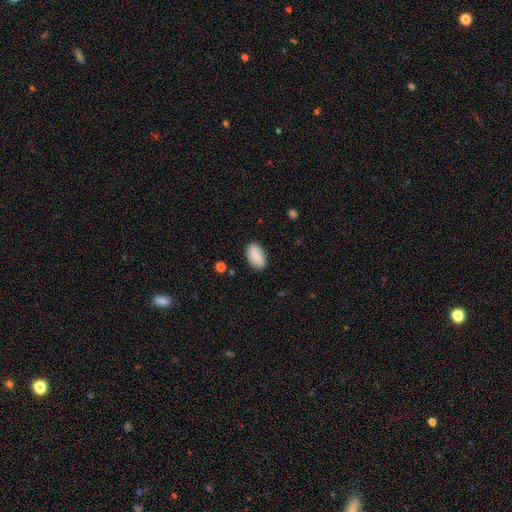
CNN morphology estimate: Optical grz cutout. It shows a smooth galaxy with no disk features (85%) that is in between round and cigar-shaped (93%). Merging: none (83%).